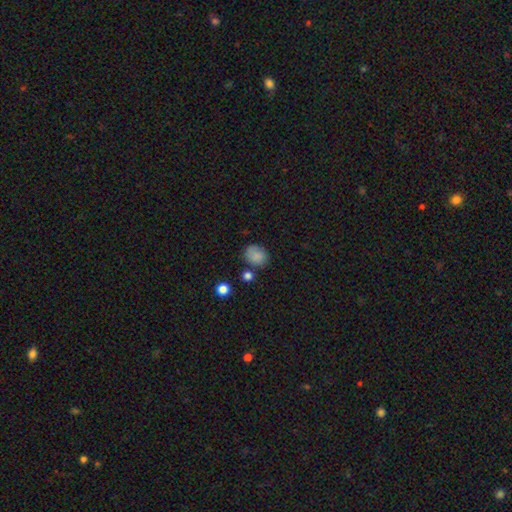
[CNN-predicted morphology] A smooth galaxy with no disk features (84%) that is round (55%). Merging: none (72%).